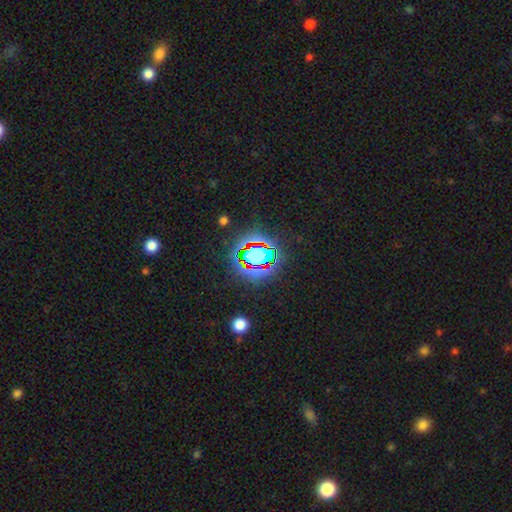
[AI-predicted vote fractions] The model was most divided on "smooth or featured": star or artifact: 69%, smooth: 19%, featured or disk: 12%.